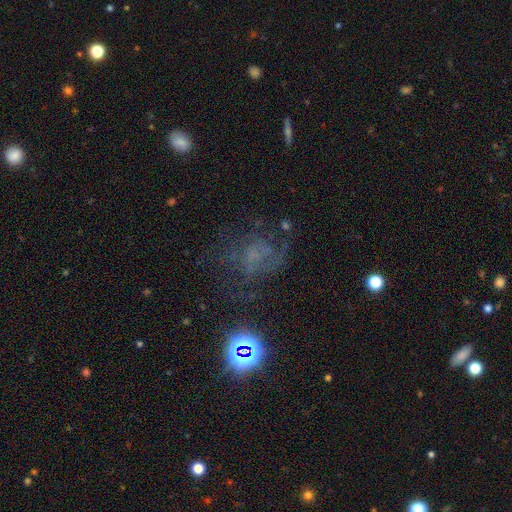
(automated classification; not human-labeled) The model was most divided on "smooth or featured": featured or disk: 44%, star or artifact: 29%, smooth: 26%. More confident: merging — none (51%).